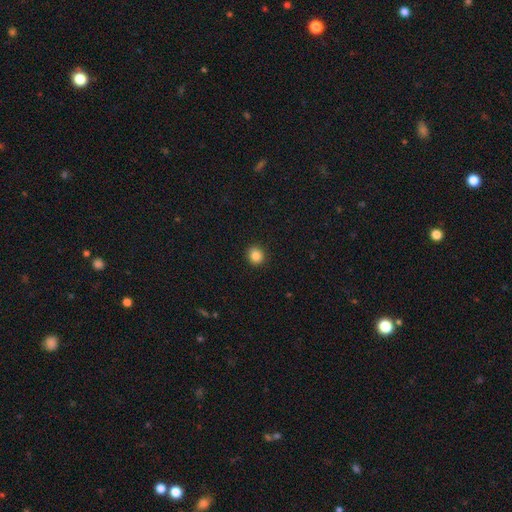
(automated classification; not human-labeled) Overall: smooth (86%). How rounded: round (82%). Merging: none (90%).